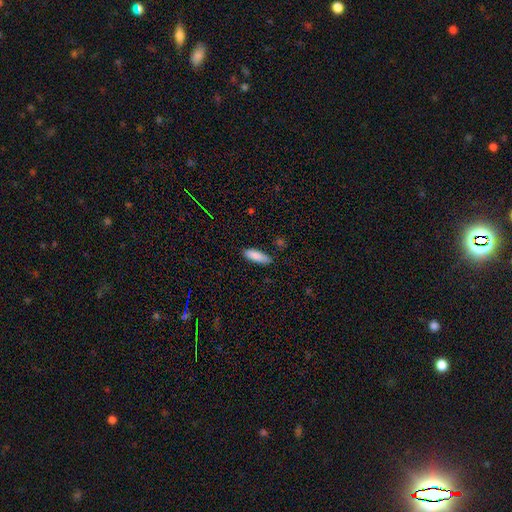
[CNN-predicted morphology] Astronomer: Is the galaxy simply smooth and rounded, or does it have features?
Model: smooth — 87%.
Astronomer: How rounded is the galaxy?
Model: in between — 53% (runner-up: cigar-shaped, 45%).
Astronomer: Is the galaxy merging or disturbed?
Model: none — 85%.